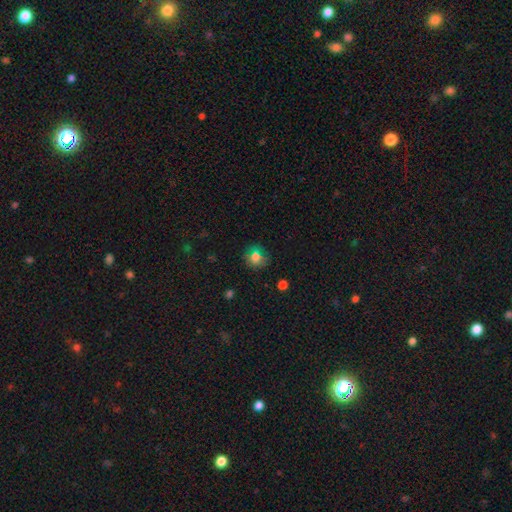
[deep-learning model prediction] Smooth or featured? smooth (73%)
How rounded? round (78%)
Merging? none (73%)